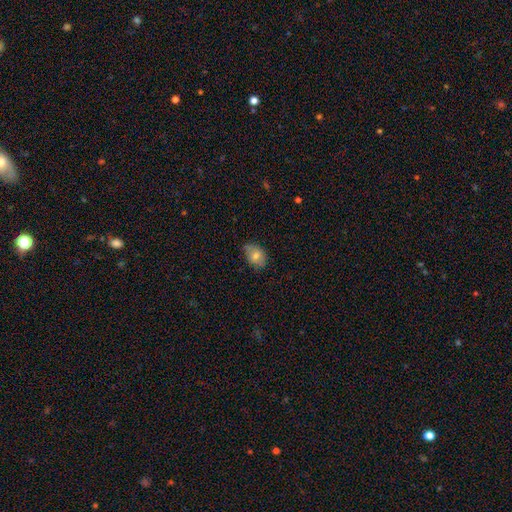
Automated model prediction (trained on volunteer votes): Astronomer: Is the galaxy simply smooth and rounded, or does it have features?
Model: smooth — 70%.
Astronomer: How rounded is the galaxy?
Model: in between — 76%.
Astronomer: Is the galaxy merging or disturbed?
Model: none — 67%.